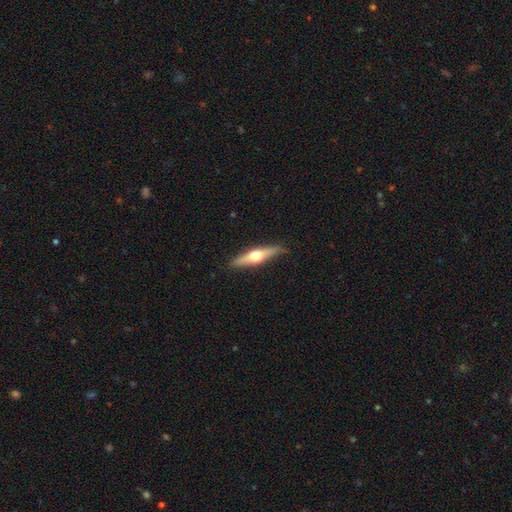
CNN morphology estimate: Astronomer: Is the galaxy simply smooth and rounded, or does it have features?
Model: featured or disk — 60%.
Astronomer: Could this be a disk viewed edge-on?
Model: yes — 94%.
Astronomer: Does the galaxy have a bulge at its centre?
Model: rounded — 95%.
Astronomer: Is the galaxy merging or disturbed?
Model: none — 87%.